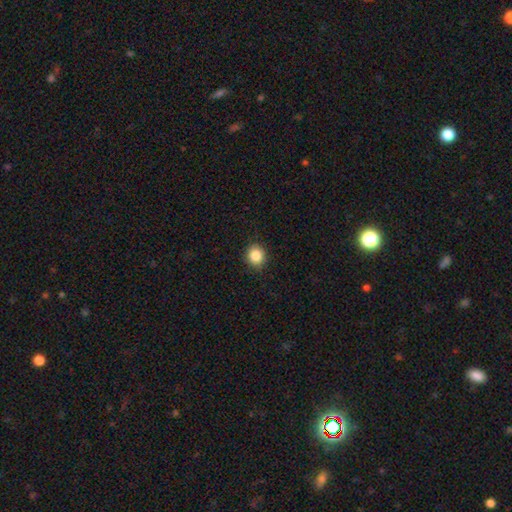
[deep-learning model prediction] smooth 86%, star or artifact 10%, featured or disk 4%. Down the decision tree: how rounded — round (80%); merging — none (89%).